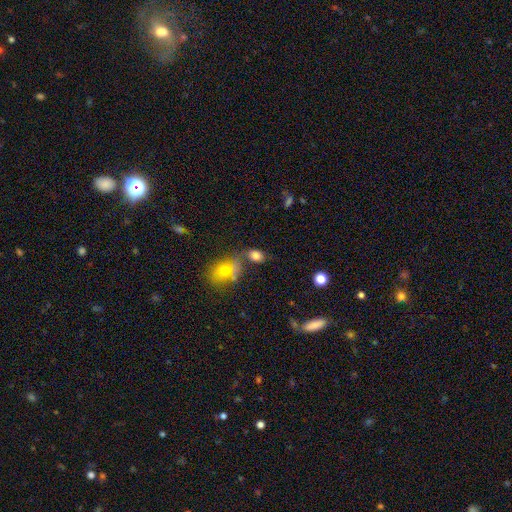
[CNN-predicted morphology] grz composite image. It shows a smooth galaxy with no disk features (80%) that is in between round and cigar-shaped (76%). Merging: none (60%).